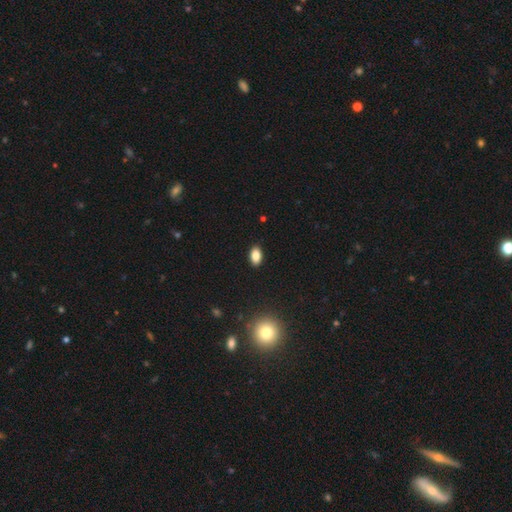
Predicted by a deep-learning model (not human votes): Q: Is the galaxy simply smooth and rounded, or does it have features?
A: smooth — 84%.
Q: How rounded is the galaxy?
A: in between — 90%.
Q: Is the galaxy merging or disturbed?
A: none — 90%.